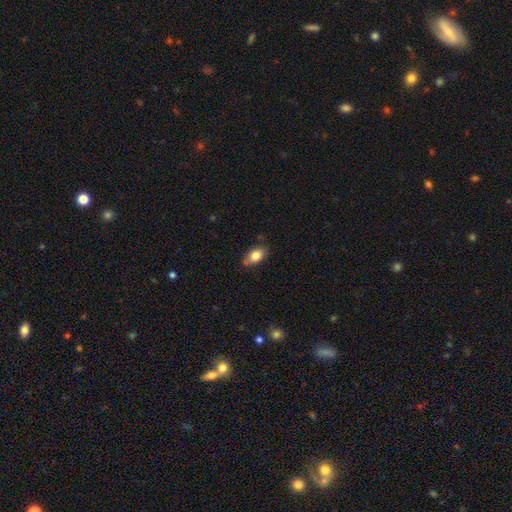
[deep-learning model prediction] A smooth galaxy with no disk features (81%) that is in between round and cigar-shaped (88%). Merging: none (71%).